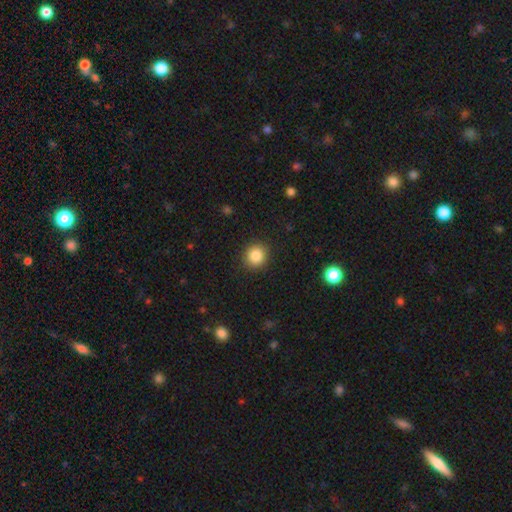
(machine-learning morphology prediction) The model was most divided on "smooth or featured": smooth: 86%, star or artifact: 10%, featured or disk: 4%. More confident: merging — none (90%); how rounded — round (88%).